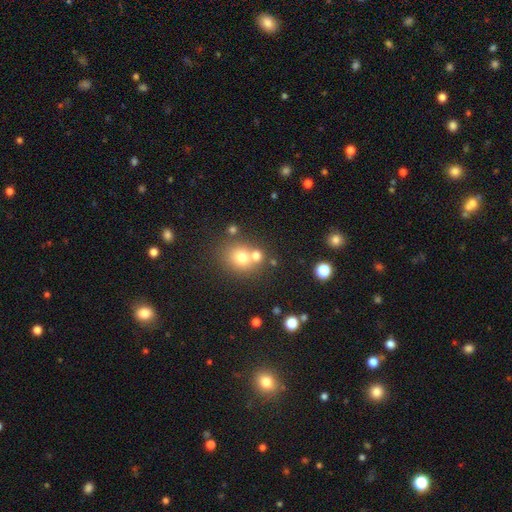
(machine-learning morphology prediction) A smooth galaxy with no disk features (72%) that is round (77%).

Vote fractions:
- Smooth or featured? smooth: 72% / star or artifact: 15% / featured or disk: 13%
- How rounded? round: 77% / in between: 22% / cigar-shaped: 1%
- Merging? none: 50% / merger: 38% / minor disturbance: 9% / major disturbance: 4%